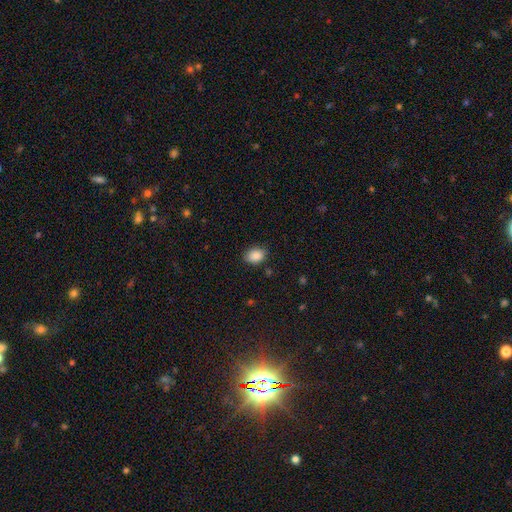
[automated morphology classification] smooth-or-featured: smooth: 88% | star or artifact: 8% | featured or disk: 4%
  how-rounded: in between: 71% | round: 28% | cigar-shaped: 1%
  merging: none: 81% | minor disturbance: 15% | major disturbance: 3% | merger: 1%